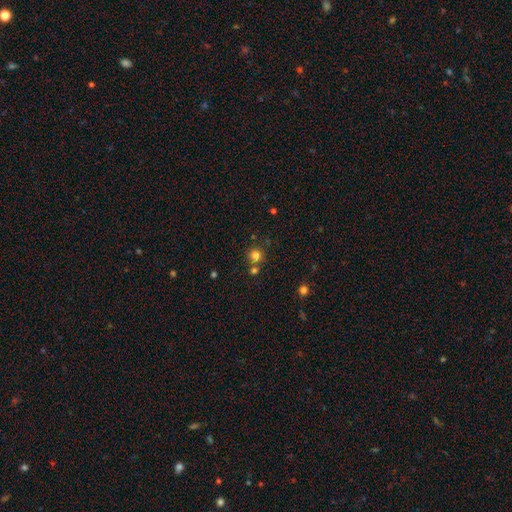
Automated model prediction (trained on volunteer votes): smooth-or-featured: smooth: 80% | star or artifact: 14% | featured or disk: 6%
  how-rounded: round: 93% | in between: 7% | cigar-shaped: 1%
  merging: none: 71% | merger: 18% | minor disturbance: 8% | major disturbance: 3%